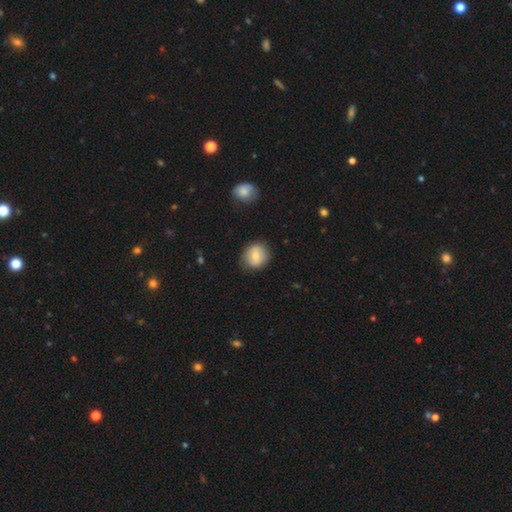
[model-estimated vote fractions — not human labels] smooth 74%, featured or disk 18%, star or artifact 8%. Down the decision tree: how rounded — round (79%); merging — none (82%).